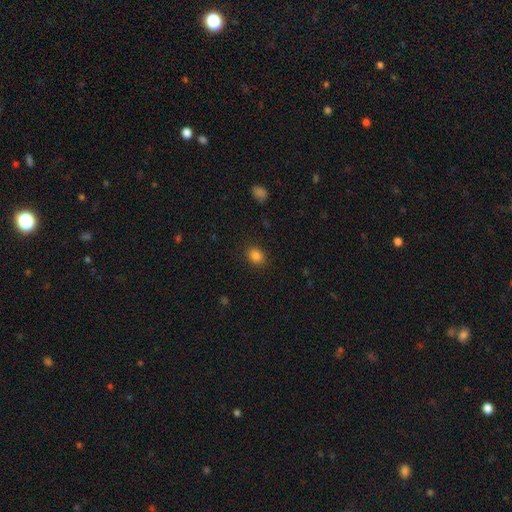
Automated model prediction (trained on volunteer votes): smooth_or_featured: smooth (p=0.85) [alt: star or artifact p=0.11]
how_rounded: in between (p=0.51) [alt: round p=0.48]
merging: none (p=0.88) [alt: minor disturbance p=0.08]